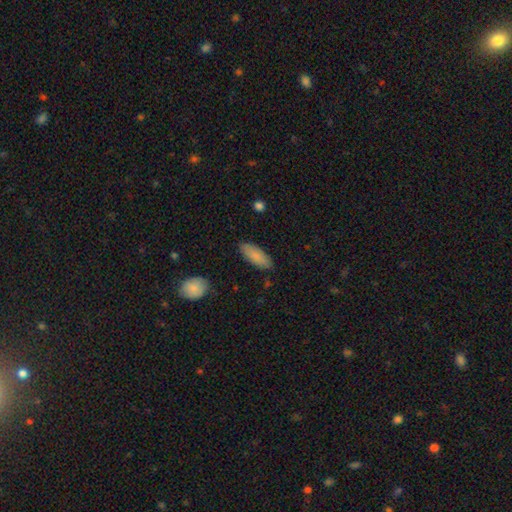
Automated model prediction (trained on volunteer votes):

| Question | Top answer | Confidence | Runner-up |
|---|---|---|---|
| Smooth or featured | smooth | 86% | featured or disk (8%) |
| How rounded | in between | 72% | cigar-shaped (27%) |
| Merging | none | 85% | minor disturbance (11%) |